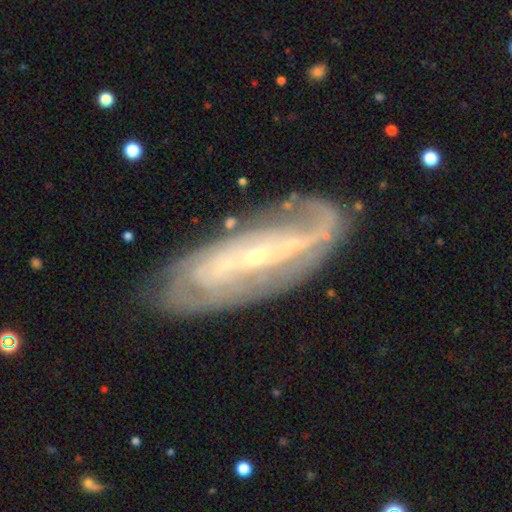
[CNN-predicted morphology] This appears to be a featured or disk galaxy (84%) with a strong bar (38%), 2 (45%) tight (51%) spiral arms (87%) and a small central bulge (83%). Merging: none (74%).